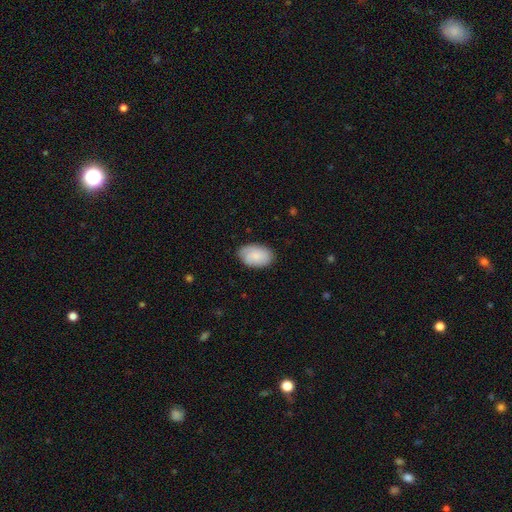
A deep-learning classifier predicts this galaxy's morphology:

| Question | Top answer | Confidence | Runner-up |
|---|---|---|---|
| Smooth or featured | smooth | 81% | featured or disk (13%) |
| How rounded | in between | 91% | round (8%) |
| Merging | none | 81% | minor disturbance (16%) |